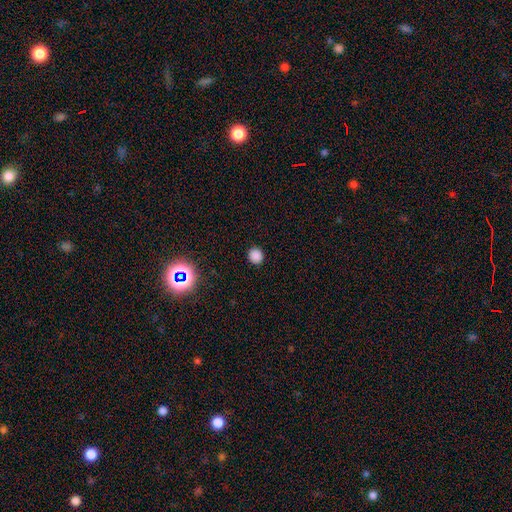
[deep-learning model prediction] A smooth galaxy with no disk features (83%) that is round (88%).

Vote fractions:
- Smooth or featured? smooth: 83% / star or artifact: 14% / featured or disk: 3%
- How rounded? round: 88% / in between: 11% / cigar-shaped: 1%
- Merging? none: 91% / minor disturbance: 6% / major disturbance: 2% / merger: 1%